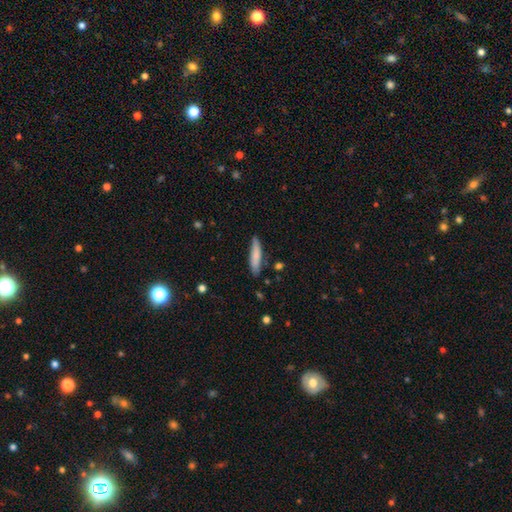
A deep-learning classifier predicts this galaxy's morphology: Smooth or featured?
  - smooth: 79% *
  - featured or disk: 15%
  - star or artifact: 6%
How rounded?
  - cigar-shaped: 78% *
  - in between: 21%
  - round: 1%
Merging?
  - none: 79% *
  - minor disturbance: 16%
  - merger: 3%
  - major disturbance: 3%